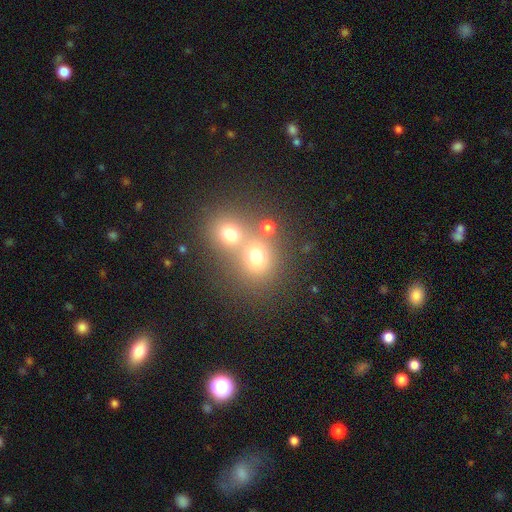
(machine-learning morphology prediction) This appears to be a smooth galaxy with no disk features (71%) that is round (74%). Merging: merger (53%).